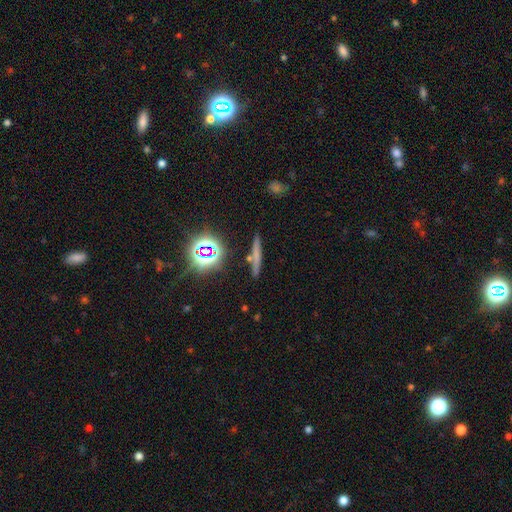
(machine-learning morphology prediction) Q: Smooth or featured?
A: smooth (54%); runner-up: featured or disk (25%)
Q: How rounded?
A: cigar-shaped (89%); runner-up: in between (6%)
Q: Merging?
A: none (83%); runner-up: minor disturbance (11%)